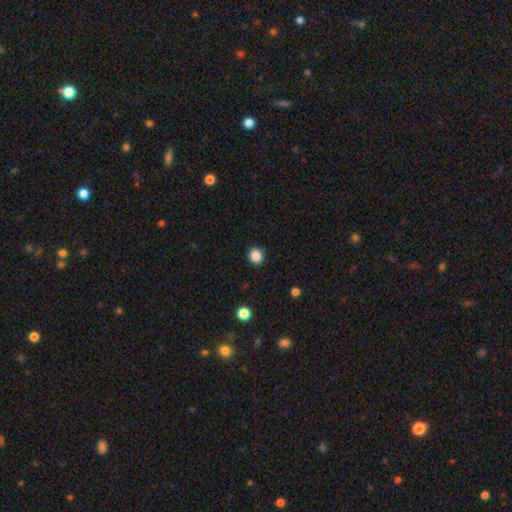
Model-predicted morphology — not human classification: smooth-or-featured: smooth: 86% | star or artifact: 11% | featured or disk: 3%
  how-rounded: round: 82% | in between: 17% | cigar-shaped: 1%
  merging: none: 90% | minor disturbance: 7% | major disturbance: 2% | merger: 1%